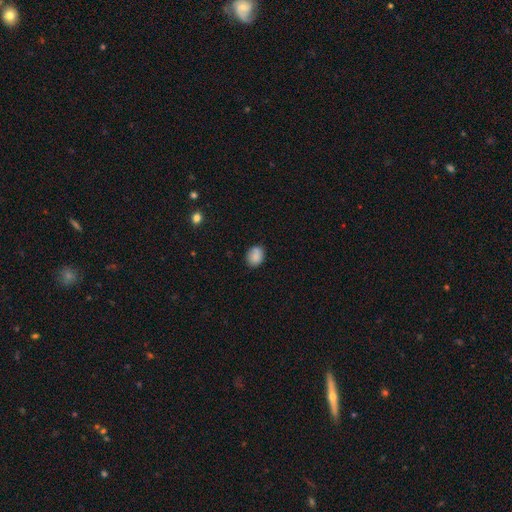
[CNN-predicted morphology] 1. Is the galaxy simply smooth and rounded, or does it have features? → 86% smooth, 9% star or artifact, 6% featured or disk.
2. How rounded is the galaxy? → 50% in between, 49% round, 1% cigar-shaped.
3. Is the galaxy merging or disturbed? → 78% none, 17% minor disturbance, 3% major disturbance, 2% merger.